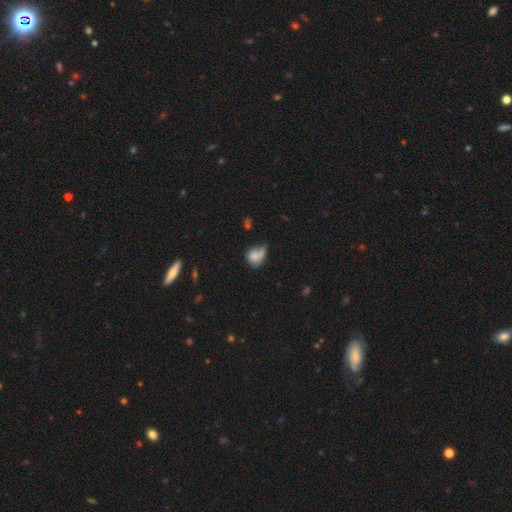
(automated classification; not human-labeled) smooth 73%, featured or disk 16%, star or artifact 10%. Down the decision tree: how rounded — round (59%); merging — none (35%).